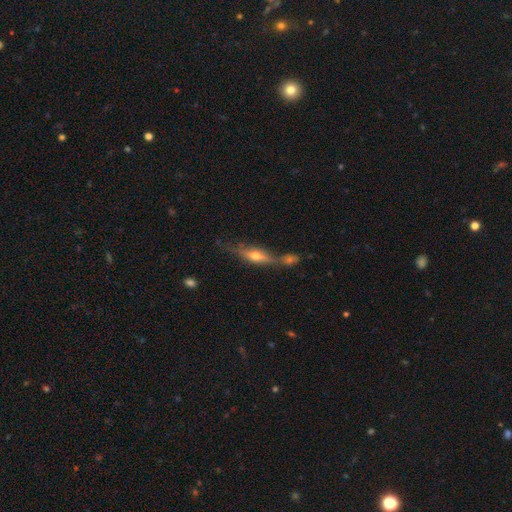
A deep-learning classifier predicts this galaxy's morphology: smooth-or-featured: featured or disk: 62% | smooth: 30% | star or artifact: 8%
  disk-edge-on: yes: 88% | no: 12%
    edge-on-bulge: rounded: 90% | boxy: 6% | none: 4%
  merging: none: 51% | merger: 27% | minor disturbance: 14% | major disturbance: 7%